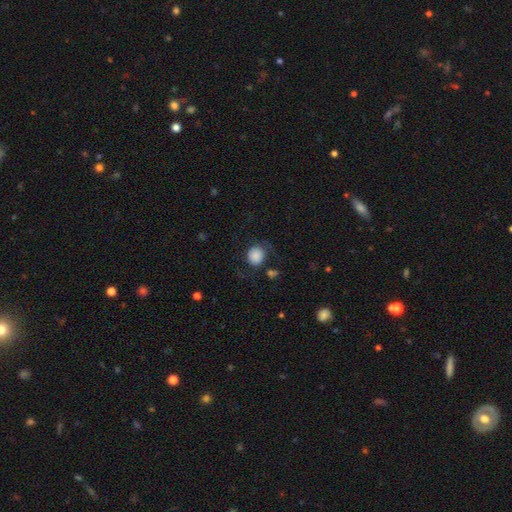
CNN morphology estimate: Smooth or featured? smooth (81%)
How rounded? round (79%)
Merging? none (64%)